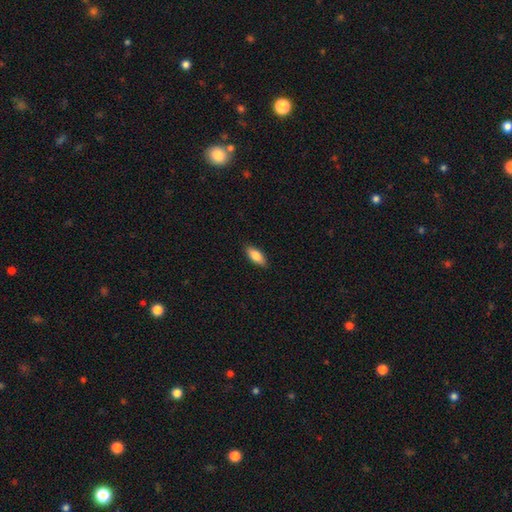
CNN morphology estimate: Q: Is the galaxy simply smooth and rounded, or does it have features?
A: smooth — 82%.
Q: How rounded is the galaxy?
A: in between — 76%.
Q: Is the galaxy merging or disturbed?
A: none — 88%.